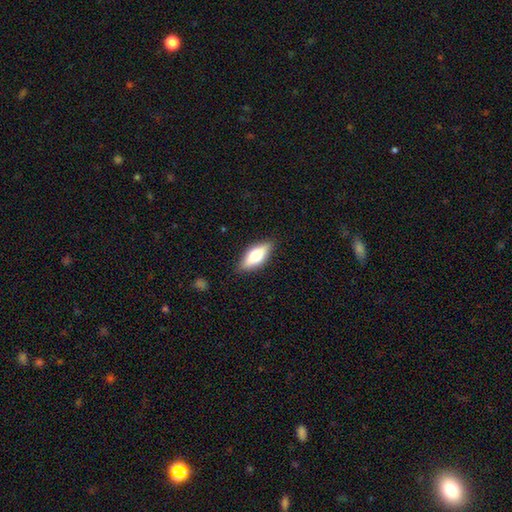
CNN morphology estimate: smooth-or-featured: smooth: 62% | featured or disk: 32% | star or artifact: 6%
  how-rounded: in between: 72% | cigar-shaped: 25% | round: 3%
  merging: none: 86% | minor disturbance: 11% | major disturbance: 2% | merger: 1%